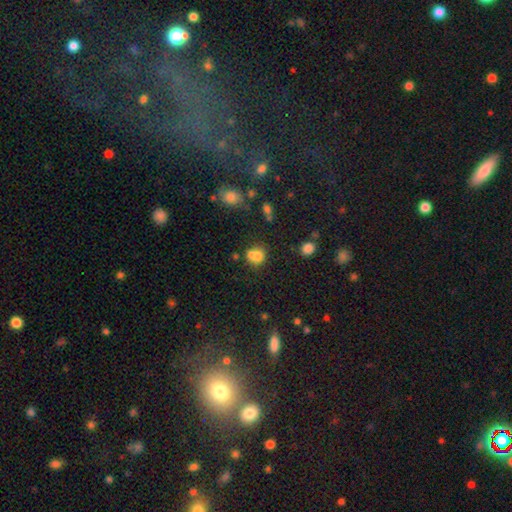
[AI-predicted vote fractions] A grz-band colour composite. It shows a smooth galaxy with no disk features (75%) that is round (63%). Merging: merger (44%).